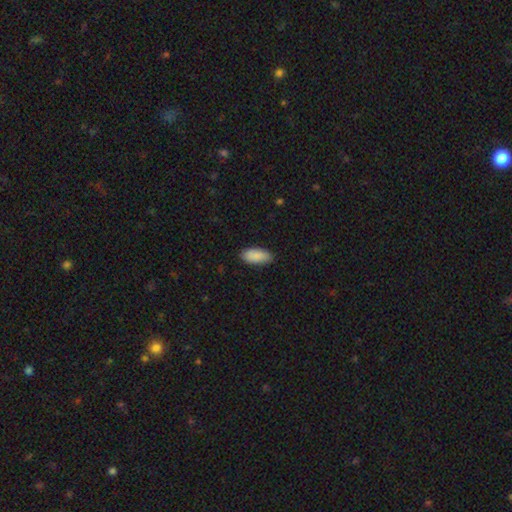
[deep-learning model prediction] smooth-or-featured: smooth: 89% | star or artifact: 6% | featured or disk: 5%
  how-rounded: in between: 90% | cigar-shaped: 8% | round: 2%
  merging: none: 86% | minor disturbance: 11% | major disturbance: 2% | merger: 1%